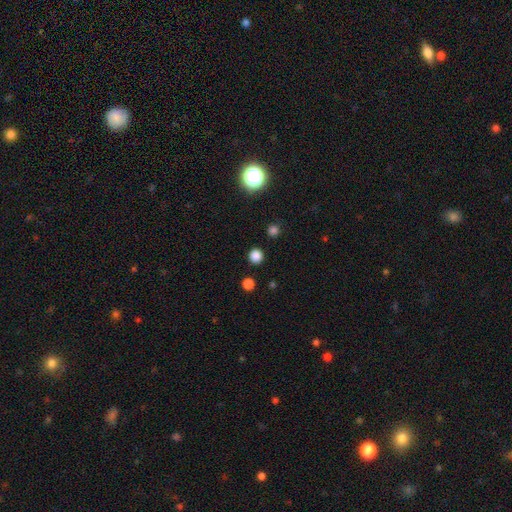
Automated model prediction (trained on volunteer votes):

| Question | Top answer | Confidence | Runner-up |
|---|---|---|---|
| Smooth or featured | smooth | 82% | star or artifact (15%) |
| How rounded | round | 92% | in between (7%) |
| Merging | none | 91% | minor disturbance (5%) |